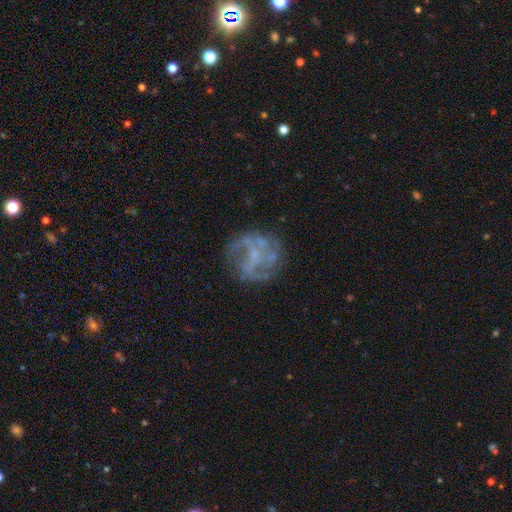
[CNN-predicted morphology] A featured or disk galaxy (73%) with no bar (53%), spiral arms (66%) and a small central bulge (42%). Merging: none (67%).